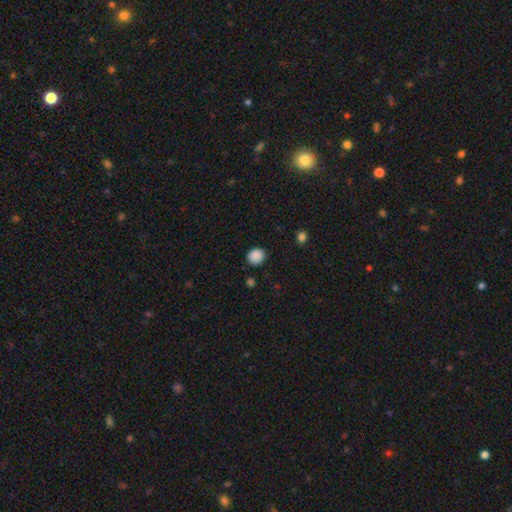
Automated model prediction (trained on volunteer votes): A smooth galaxy with no disk features (88%) that is round (80%).

Vote fractions:
- Smooth or featured? smooth: 88% / star or artifact: 9% / featured or disk: 3%
- How rounded? round: 80% / in between: 19% / cigar-shaped: 1%
- Merging? none: 87% / minor disturbance: 9% / major disturbance: 2% / merger: 2%